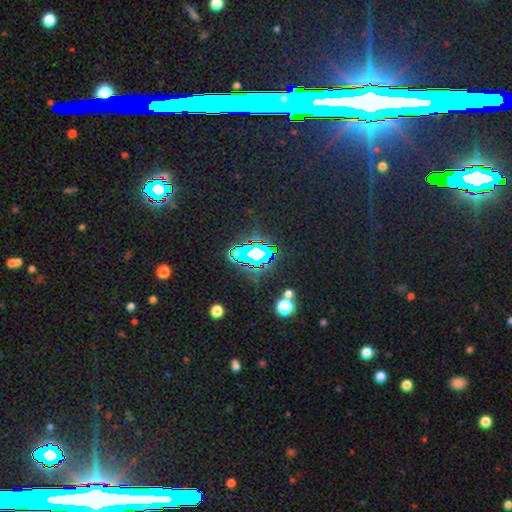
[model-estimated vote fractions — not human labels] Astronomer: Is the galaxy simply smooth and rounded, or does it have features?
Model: star or artifact — 73%.